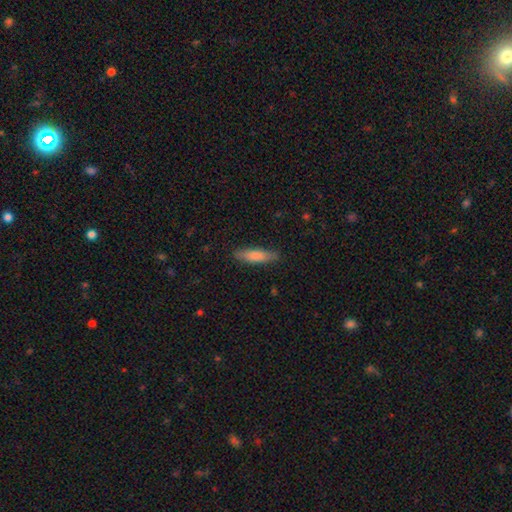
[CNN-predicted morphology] This appears to be a smooth galaxy with no disk features (81%) that is cigar-shaped (69%). Merging: none (84%).